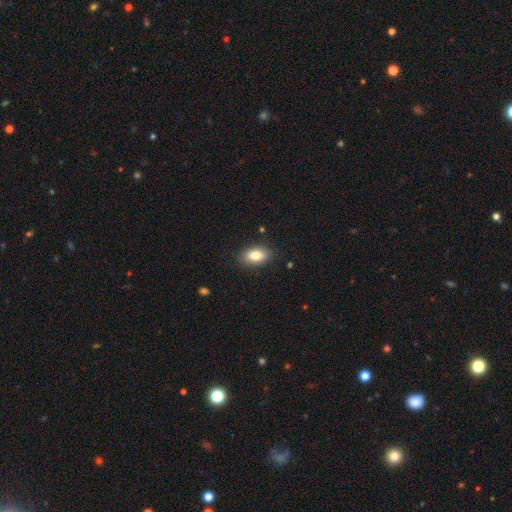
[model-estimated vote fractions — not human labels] Smooth or featured?
  - smooth: 80% *
  - featured or disk: 12%
  - star or artifact: 8%
How rounded?
  - in between: 89% *
  - round: 8%
  - cigar-shaped: 3%
Merging?
  - none: 86% *
  - minor disturbance: 10%
  - major disturbance: 2%
  - merger: 1%